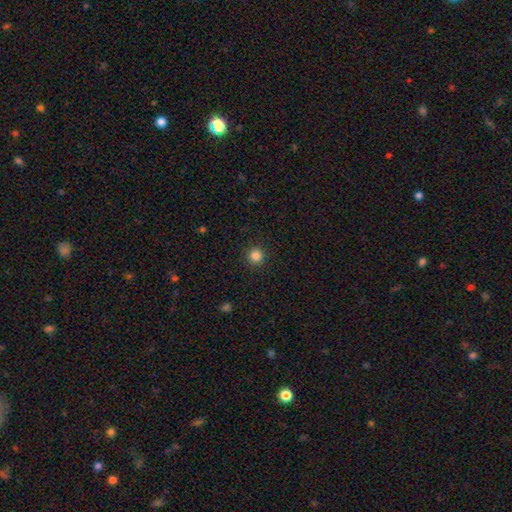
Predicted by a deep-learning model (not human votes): Overall: smooth (85%). How rounded: round (94%). Merging: none (92%).